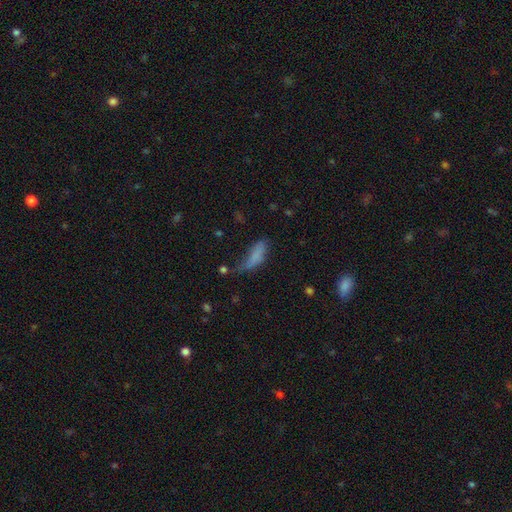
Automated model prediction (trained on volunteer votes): smooth 74%, featured or disk 16%, star or artifact 11%. Down the decision tree: how rounded — in between (61%); merging — major disturbance (33%).